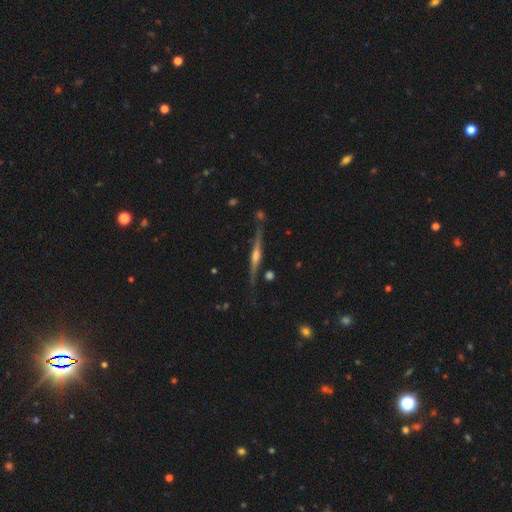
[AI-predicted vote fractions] Smooth or featured?
  - featured or disk: 82% *
  - smooth: 12%
  - star or artifact: 6%
Edge-on disk?
  - yes: 98% *
  - no: 2%
Edge-on bulge?
  - rounded: 84% *
  - boxy: 9%
  - none: 7%
Merging?
  - none: 83% *
  - minor disturbance: 12%
  - merger: 3%
  - major disturbance: 3%